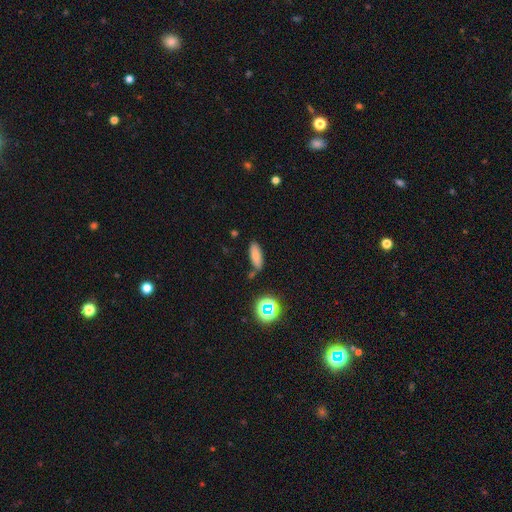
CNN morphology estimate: This is likely a smooth galaxy (77%). How rounded: likely in between (69%). Merging: likely none (74%).